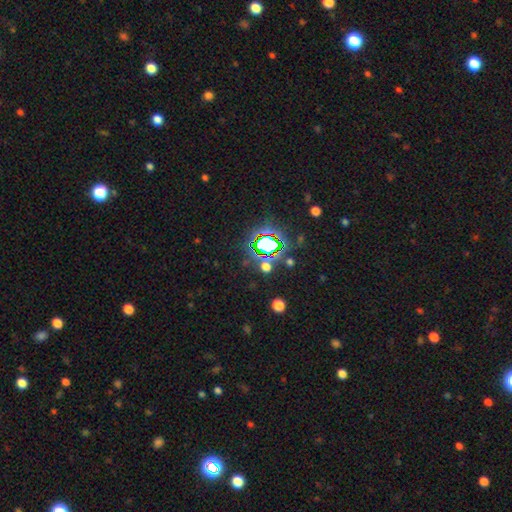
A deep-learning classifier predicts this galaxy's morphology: Overall: star or artifact (82%).